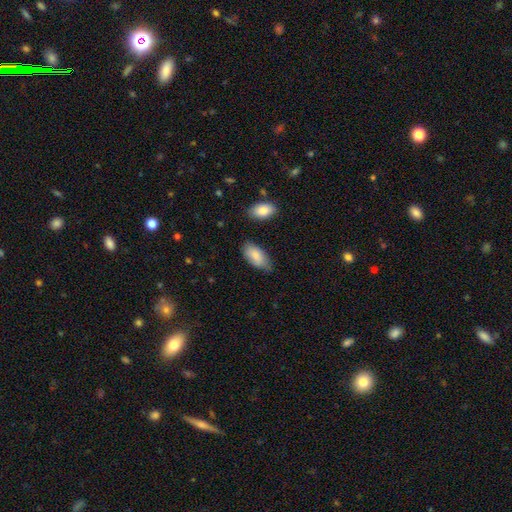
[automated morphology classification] smooth_or_featured: smooth (p=0.84) [alt: featured or disk p=0.10]
how_rounded: in between (p=0.93) [alt: cigar-shaped p=0.05]
merging: none (p=0.66) [alt: minor disturbance p=0.26]